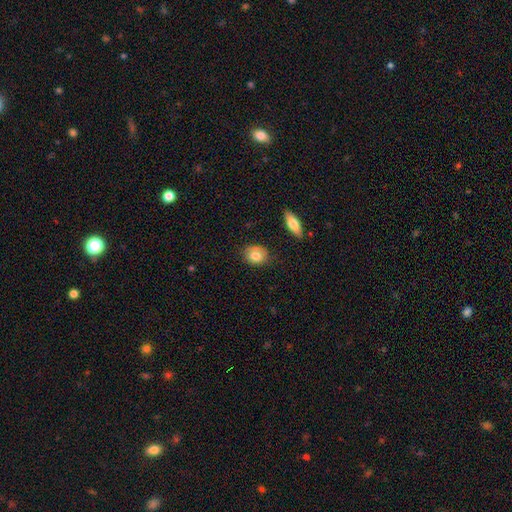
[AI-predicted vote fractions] smooth-or-featured: smooth: 81% | featured or disk: 12% | star or artifact: 7%
  how-rounded: in between: 54% | round: 45% | cigar-shaped: 2%
  merging: none: 73% | minor disturbance: 21% | major disturbance: 4% | merger: 2%